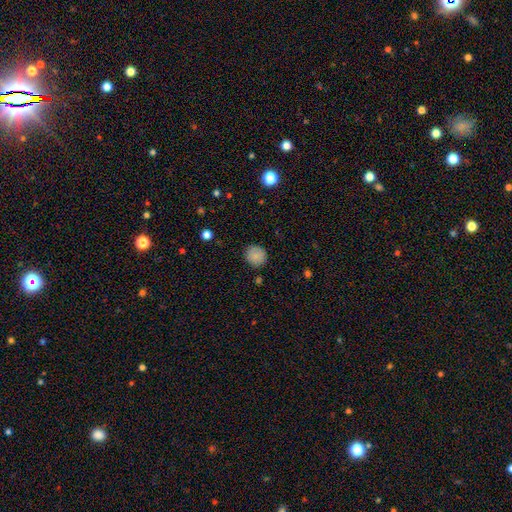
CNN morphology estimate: This appears to be a smooth galaxy with no disk features (85%) that is round (88%). Merging: none (85%).